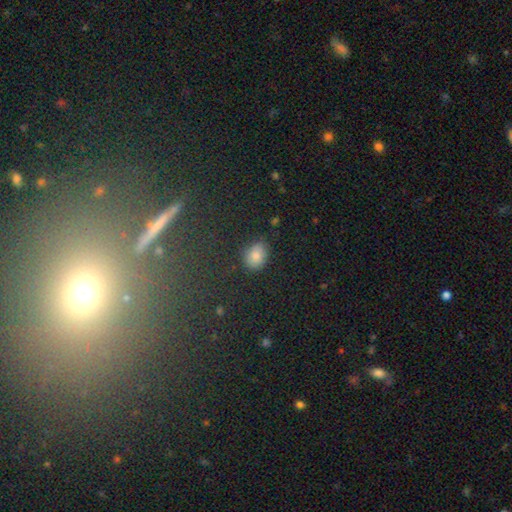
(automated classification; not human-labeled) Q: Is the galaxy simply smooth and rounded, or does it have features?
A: smooth — 79%.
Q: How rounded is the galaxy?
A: in between — 63%.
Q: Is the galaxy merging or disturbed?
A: none — 73%.